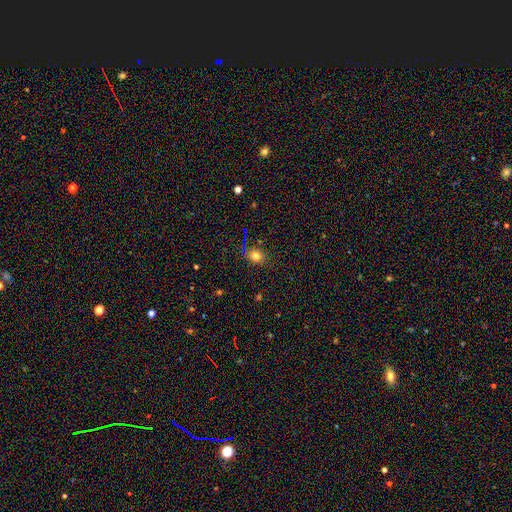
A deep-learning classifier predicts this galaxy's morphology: This is likely a smooth galaxy (77%). How rounded: possibly round (56%). Merging: clearly none (81%).